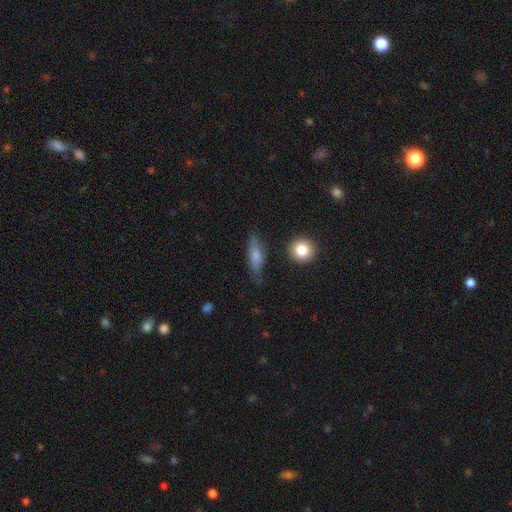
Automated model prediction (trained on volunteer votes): A smooth galaxy with no disk features (64%) that is in between round and cigar-shaped (51%).

Vote fractions:
- Smooth or featured? smooth: 64% / featured or disk: 28% / star or artifact: 8%
- How rounded? in between: 51% / cigar-shaped: 43% / round: 6%
- Merging? none: 72% / minor disturbance: 21% / major disturbance: 5% / merger: 2%